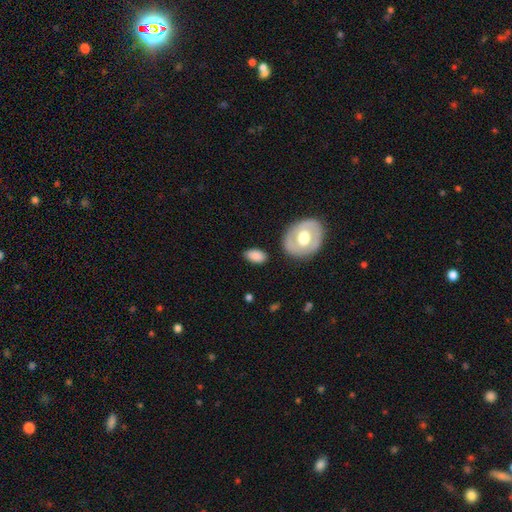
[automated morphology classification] Smooth or featured? smooth (80%)
How rounded? in between (90%)
Merging? none (78%)